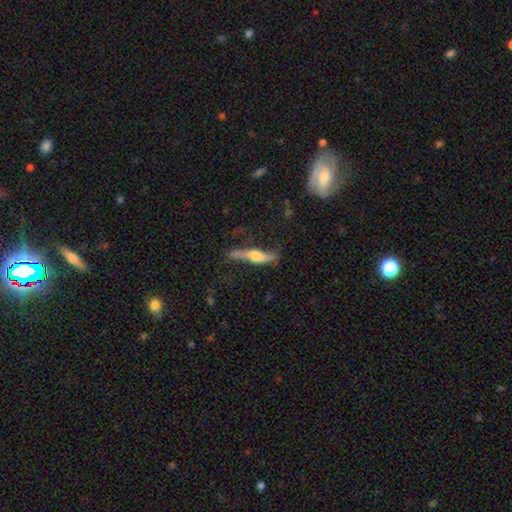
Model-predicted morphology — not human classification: type=featured or disk (57%); edge-on=yes (85%); merging=none (60%).